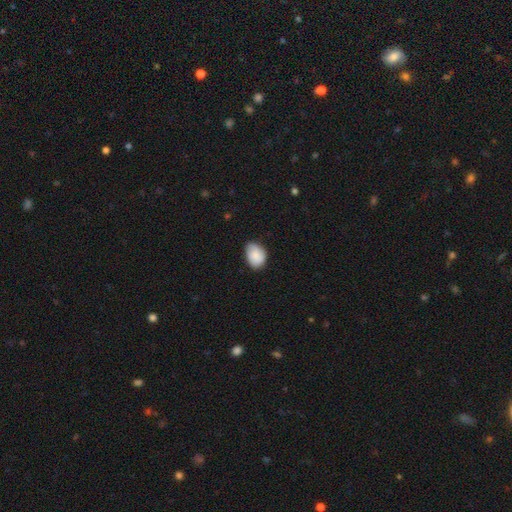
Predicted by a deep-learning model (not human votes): Smooth or featured? smooth (83%)
How rounded? in between (75%)
Merging? none (67%)